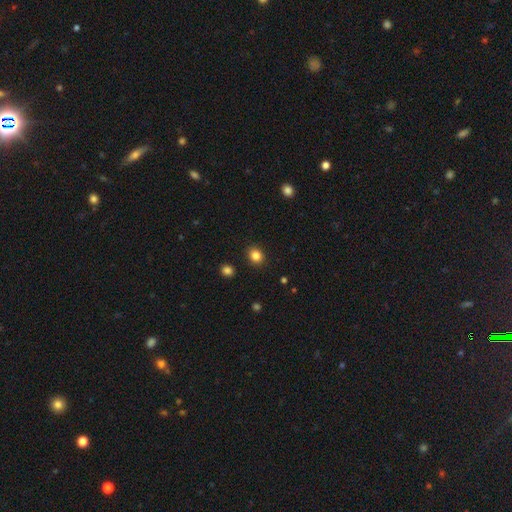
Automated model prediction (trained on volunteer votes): Overall: smooth (84%). How rounded: round (72%). Merging: none (90%).